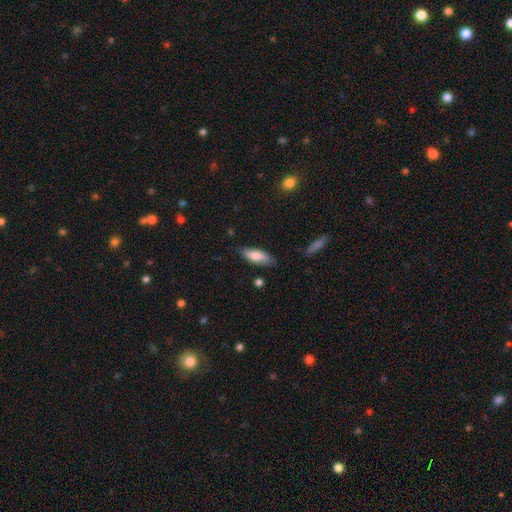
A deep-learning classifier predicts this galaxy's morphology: smooth_or_featured: smooth (p=0.75) [alt: featured or disk p=0.19]
how_rounded: in between (p=0.70) [alt: cigar-shaped p=0.28]
merging: none (p=0.77) [alt: minor disturbance p=0.18]